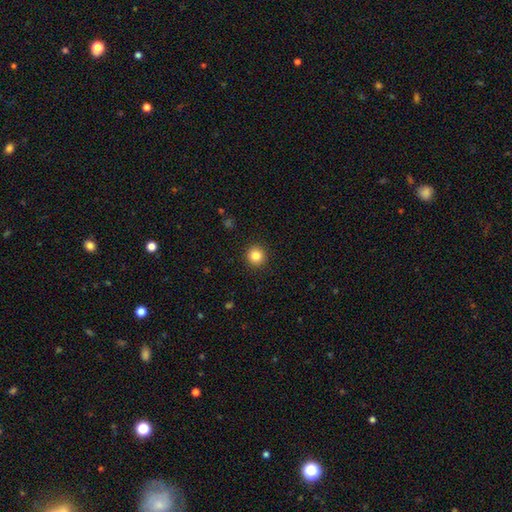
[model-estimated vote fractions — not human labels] smooth_or_featured: smooth (p=0.83) [alt: star or artifact p=0.11]
how_rounded: round (p=0.95) [alt: in between p=0.05]
merging: none (p=0.93) [alt: minor disturbance p=0.05]